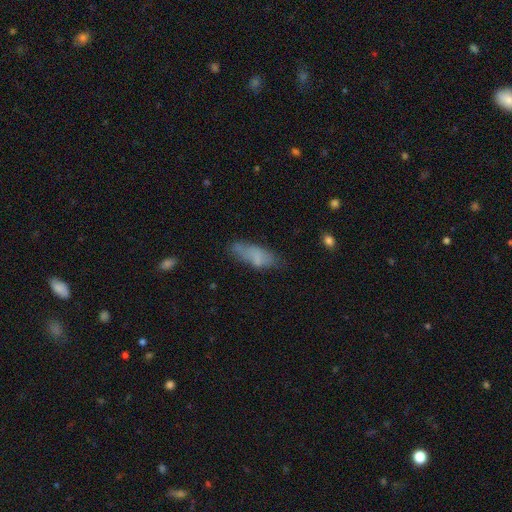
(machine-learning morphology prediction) A smooth galaxy with no disk features (70%) that is in between round and cigar-shaped (64%).

Vote fractions:
- Smooth or featured? smooth: 70% / featured or disk: 21% / star or artifact: 9%
- How rounded? in between: 64% / cigar-shaped: 34% / round: 2%
- Merging? none: 55% / minor disturbance: 27% / major disturbance: 12% / merger: 5%